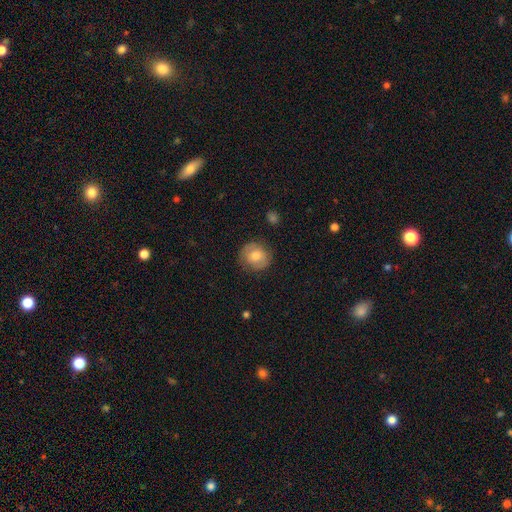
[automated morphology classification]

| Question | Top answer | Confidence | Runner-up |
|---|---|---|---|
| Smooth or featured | smooth | 69% | featured or disk (24%) |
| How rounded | round | 85% | in between (14%) |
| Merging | none | 80% | minor disturbance (14%) |